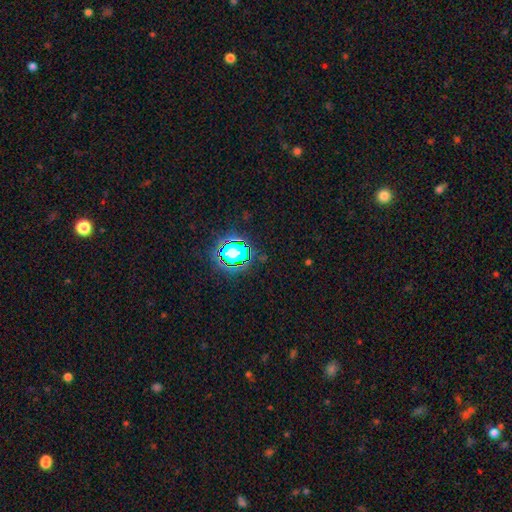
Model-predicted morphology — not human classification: Smooth or featured? Predicted: star or artifact (p=0.79).